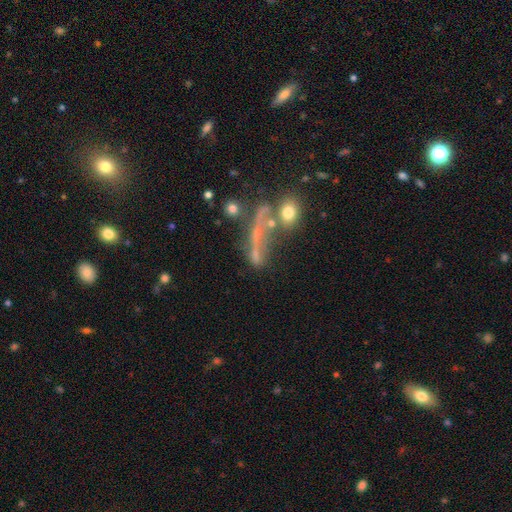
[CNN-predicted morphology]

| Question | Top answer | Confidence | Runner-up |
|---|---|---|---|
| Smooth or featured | smooth | 50% | featured or disk (31%) |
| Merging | none | 37% | merger (25%) |